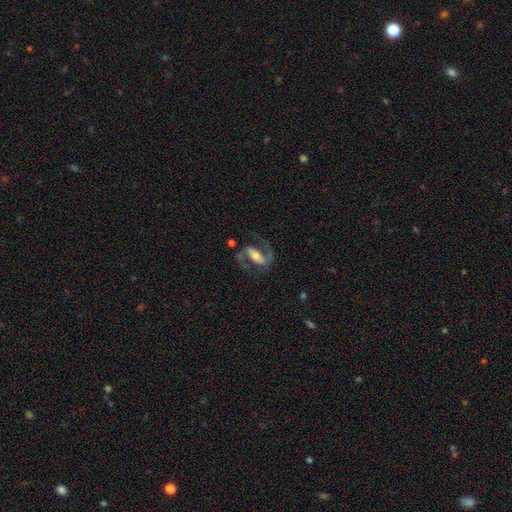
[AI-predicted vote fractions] Overall: featured or disk (88%). Edge-on disk: no (96%). Bar: strong (54%; weak 30%). Spiral arms: yes (96%). Spiral arm count: 2 (93%). Spiral winding: medium (59%; loose 25%). Bulge size: moderate (54%; small 31%). Merging: none (76%).